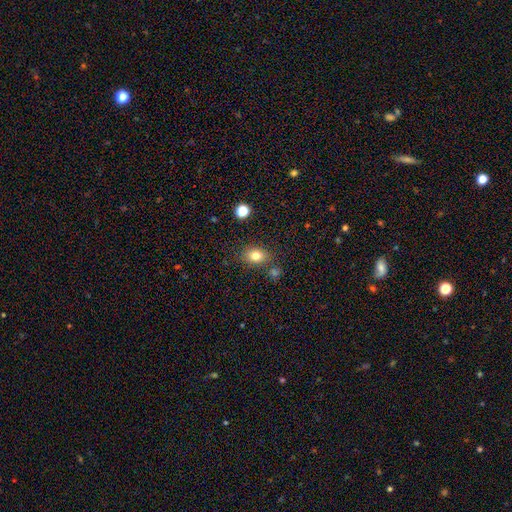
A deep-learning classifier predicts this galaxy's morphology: Smooth or featured?
  - smooth: 80% *
  - star or artifact: 11%
  - featured or disk: 8%
How rounded?
  - in between: 66% *
  - round: 33%
  - cigar-shaped: 1%
Merging?
  - none: 80% *
  - minor disturbance: 11%
  - merger: 6%
  - major disturbance: 3%